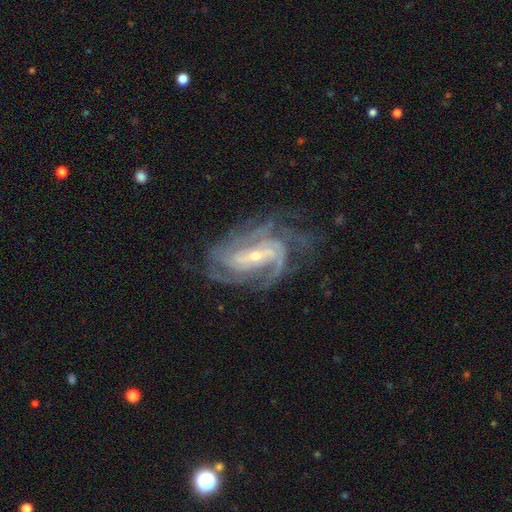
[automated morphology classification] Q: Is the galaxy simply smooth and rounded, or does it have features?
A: featured or disk — 91%.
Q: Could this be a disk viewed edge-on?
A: no — 96%.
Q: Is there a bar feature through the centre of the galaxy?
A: strong — 48%.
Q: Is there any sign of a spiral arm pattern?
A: yes — 98%.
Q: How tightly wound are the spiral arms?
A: tight — 51%.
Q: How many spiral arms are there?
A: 3 — 27%.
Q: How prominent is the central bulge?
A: small — 71%.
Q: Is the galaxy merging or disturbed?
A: none — 64%.